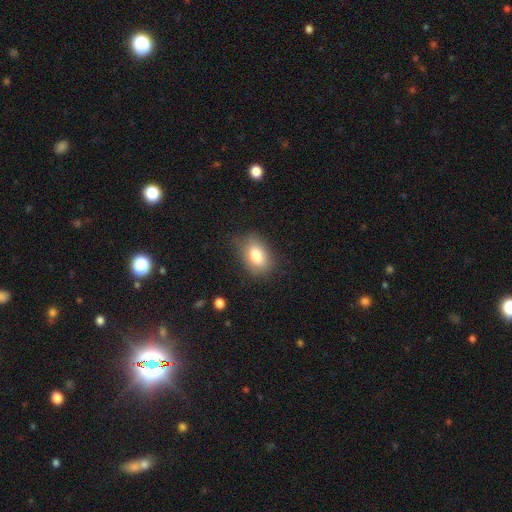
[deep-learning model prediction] A smooth galaxy with no disk features (82%) that is in between round and cigar-shaped (86%).

Vote fractions:
- Smooth or featured? smooth: 82% / featured or disk: 10% / star or artifact: 8%
- How rounded? in between: 86% / round: 12% / cigar-shaped: 2%
- Merging? none: 76% / minor disturbance: 18% / major disturbance: 5% / merger: 1%